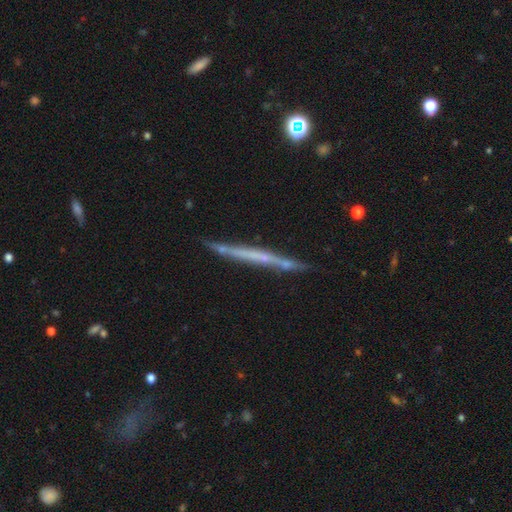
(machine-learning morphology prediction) Smooth or featured? Predicted: featured or disk (p=0.62). Edge-on disk? Predicted: yes (p=0.96). Edge-on bulge? Predicted: none (p=0.85). Merging? Predicted: none (p=0.81).